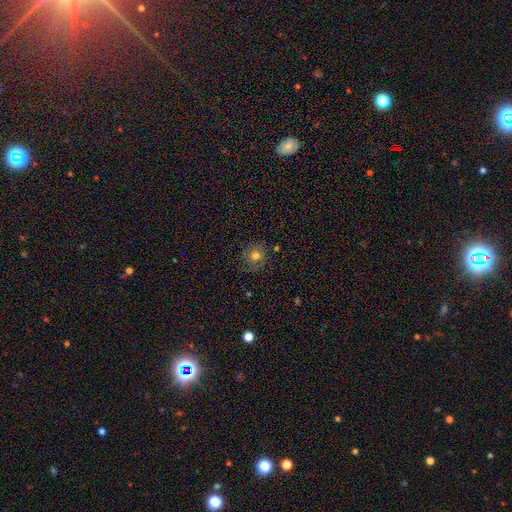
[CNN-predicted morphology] smooth 70%, featured or disk 15%, star or artifact 15%. Down the decision tree: how rounded — round (89%); merging — none (81%).